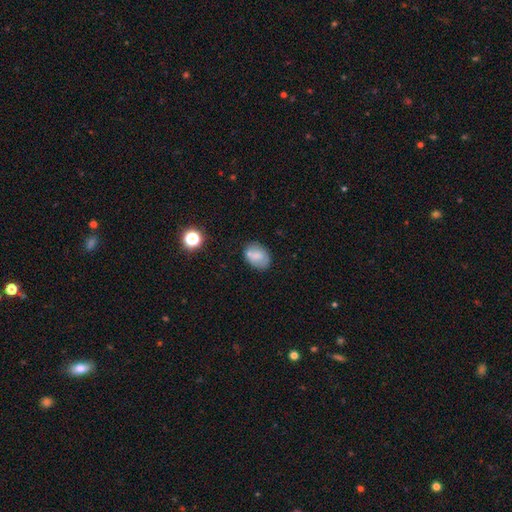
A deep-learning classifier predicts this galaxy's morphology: This is likely a smooth galaxy (68%). How rounded: likely in between (76%). Merging: likely none (64%).